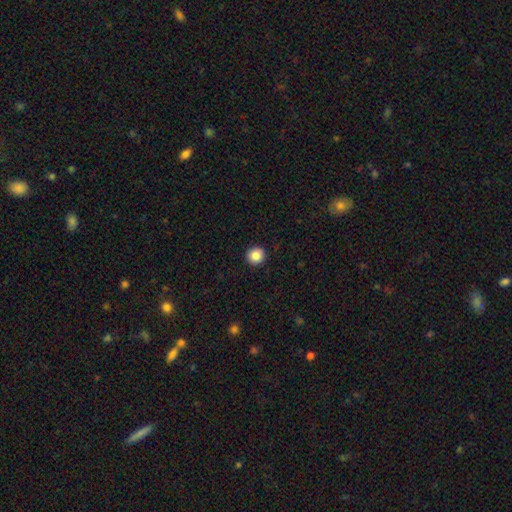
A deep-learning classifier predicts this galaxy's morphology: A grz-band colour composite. It shows a smooth galaxy with no disk features (86%) that is round (95%). Merging: none (94%).